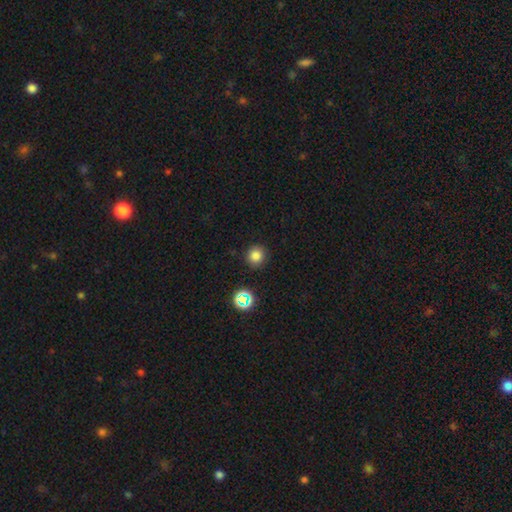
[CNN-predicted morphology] smooth-or-featured: smooth: 80% | star or artifact: 15% | featured or disk: 5%
  how-rounded: round: 93% | in between: 6% | cigar-shaped: 1%
  merging: none: 90% | minor disturbance: 6% | major disturbance: 2% | merger: 2%